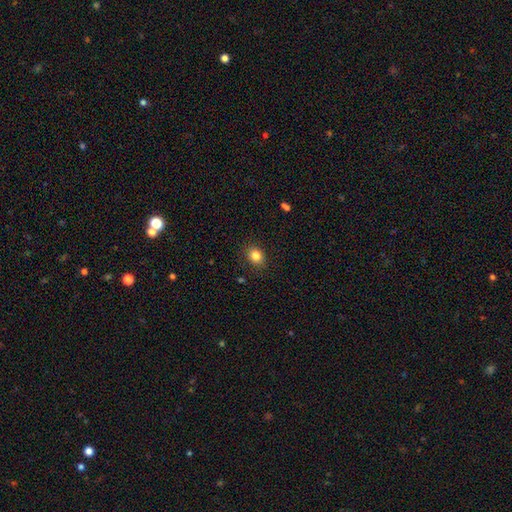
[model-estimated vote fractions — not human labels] Morphology: type=smooth (84%); roundness=round (55%); merging=none (87%).